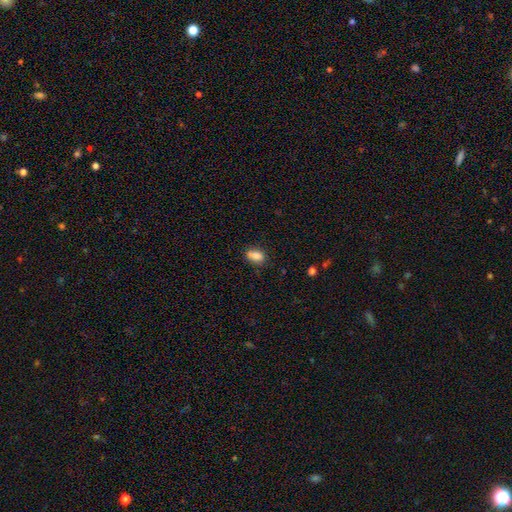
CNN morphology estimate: This appears to be a smooth galaxy with no disk features (83%) that is in between round and cigar-shaped (82%). Merging: none (71%).